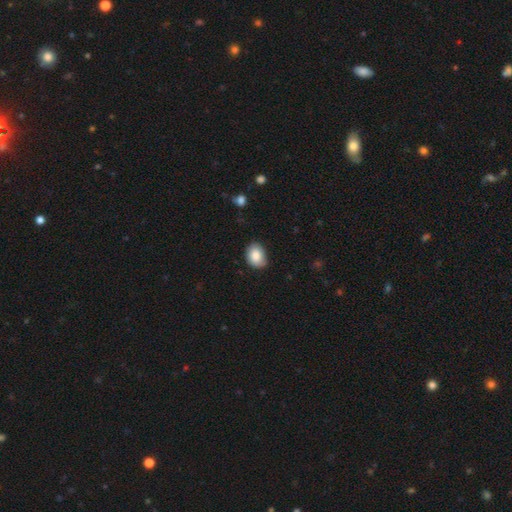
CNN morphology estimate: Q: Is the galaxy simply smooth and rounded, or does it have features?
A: smooth — 85%.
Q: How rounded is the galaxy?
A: in between — 63%.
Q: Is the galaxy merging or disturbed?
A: none — 72%.